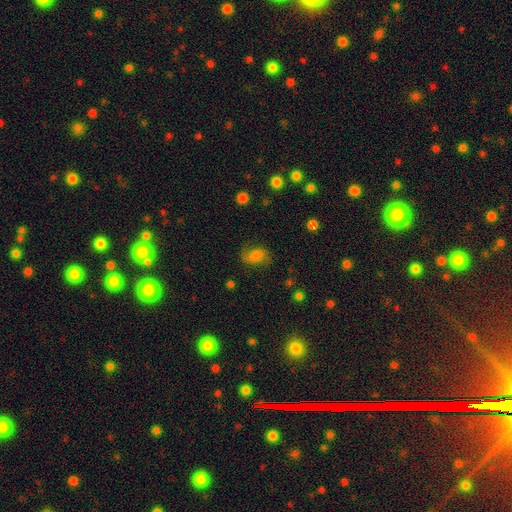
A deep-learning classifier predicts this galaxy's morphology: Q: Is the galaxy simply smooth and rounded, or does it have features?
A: smooth — 45%.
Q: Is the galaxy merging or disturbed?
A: none — 66%.